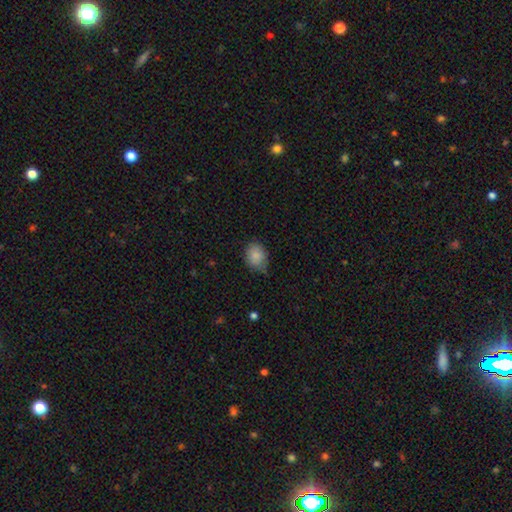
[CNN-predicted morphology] smooth 86%, star or artifact 8%, featured or disk 6%. Down the decision tree: how rounded — in between (58%); merging — none (65%).